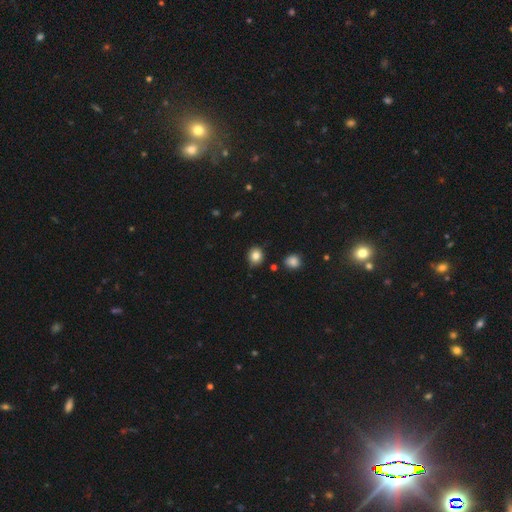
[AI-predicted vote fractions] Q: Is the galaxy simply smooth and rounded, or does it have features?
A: smooth — 84%.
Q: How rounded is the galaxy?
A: round — 78%.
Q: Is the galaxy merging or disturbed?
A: none — 80%.